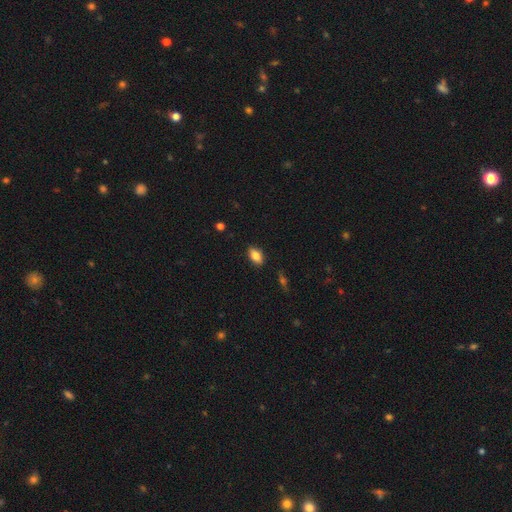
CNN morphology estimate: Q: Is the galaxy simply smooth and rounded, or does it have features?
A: smooth — 81%.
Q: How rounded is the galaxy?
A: in between — 89%.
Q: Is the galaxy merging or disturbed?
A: none — 87%.